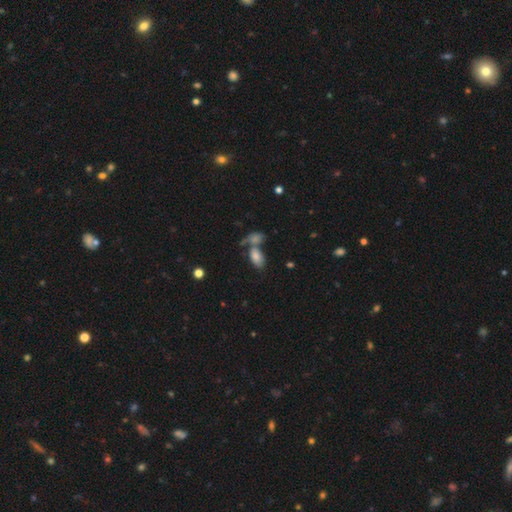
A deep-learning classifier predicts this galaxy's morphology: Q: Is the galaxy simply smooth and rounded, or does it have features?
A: smooth — 76%.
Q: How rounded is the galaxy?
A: in between — 91%.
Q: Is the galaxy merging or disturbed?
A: merger — 42%.